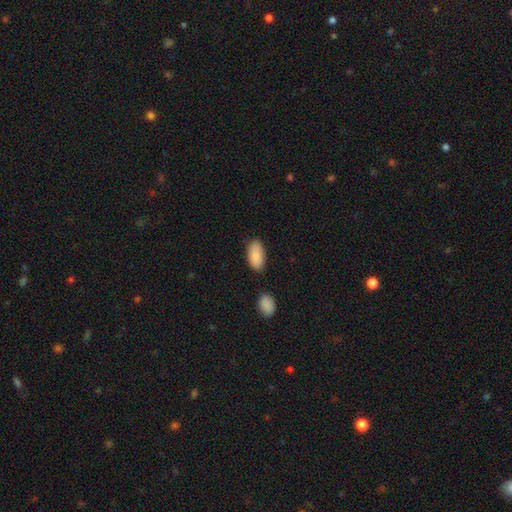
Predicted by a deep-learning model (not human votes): Q: Smooth or featured?
A: smooth (88%); runner-up: star or artifact (6%)
Q: How rounded?
A: in between (94%); runner-up: cigar-shaped (4%)
Q: Merging?
A: none (76%); runner-up: minor disturbance (15%)